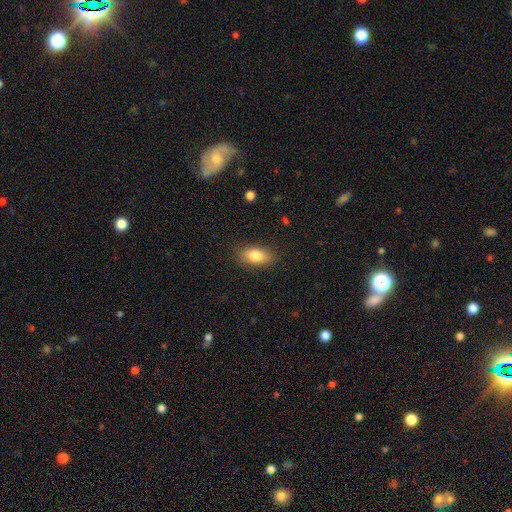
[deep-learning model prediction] A smooth galaxy with no disk features (82%) that is in between round and cigar-shaped (88%).

Vote fractions:
- Smooth or featured? smooth: 82% / featured or disk: 11% / star or artifact: 8%
- How rounded? in between: 88% / round: 7% / cigar-shaped: 5%
- Merging? none: 86% / minor disturbance: 10% / major disturbance: 3% / merger: 1%